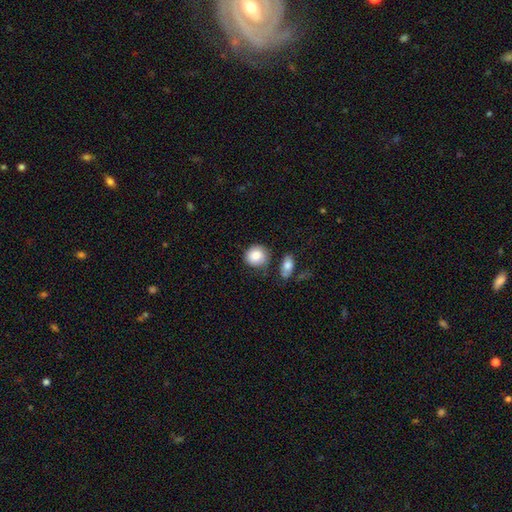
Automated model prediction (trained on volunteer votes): Overall: smooth (85%). How rounded: round (84%). Merging: none (74%).